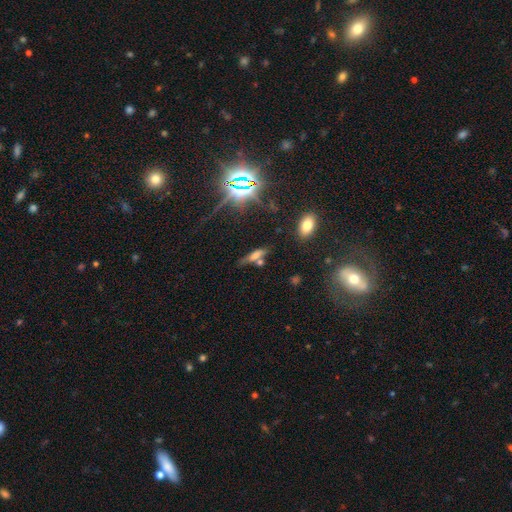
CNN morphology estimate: Smooth or featured? Predicted: smooth (p=0.53). How rounded? Predicted: cigar-shaped (p=0.61). Merging? Predicted: none (p=0.52).